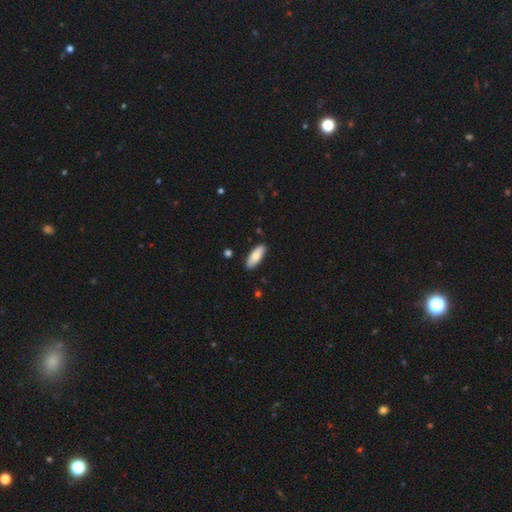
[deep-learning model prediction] Smooth or featured: smooth — 82% (featured or disk — 13%)
How rounded: in between — 69% (cigar-shaped — 29%)
Merging: none — 88% (minor disturbance — 9%)